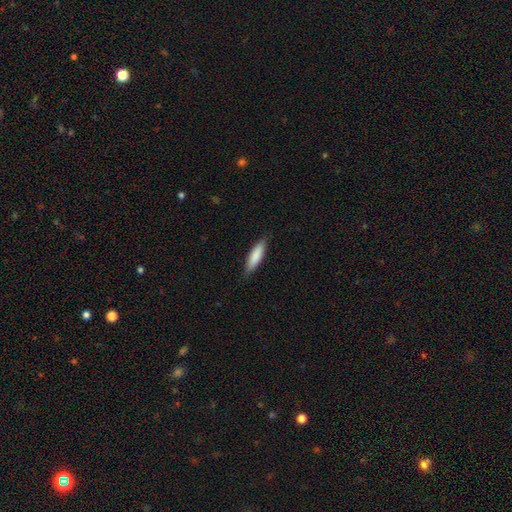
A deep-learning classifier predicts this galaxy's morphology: Smooth or featured?
  - smooth: 85% *
  - featured or disk: 10%
  - star or artifact: 5%
How rounded?
  - cigar-shaped: 66% *
  - in between: 32%
  - round: 1%
Merging?
  - none: 86% *
  - minor disturbance: 11%
  - major disturbance: 2%
  - merger: 1%